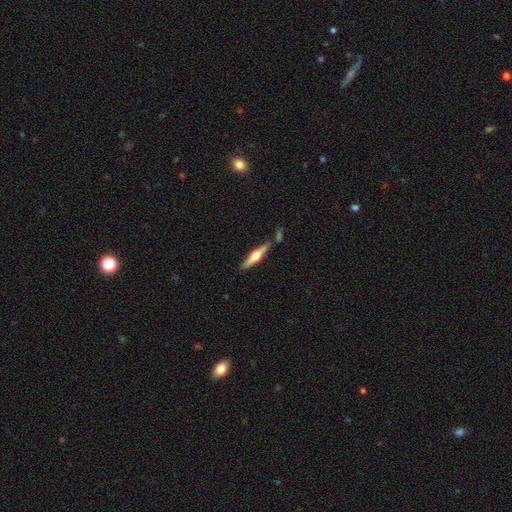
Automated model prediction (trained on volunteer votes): Smooth or featured: featured or disk — 63% (smooth — 32%)
Edge-on disk: yes — 96% (no — 4%)
Edge-on bulge: rounded — 92% (boxy — 5%)
Merging: none — 77% (minor disturbance — 11%)